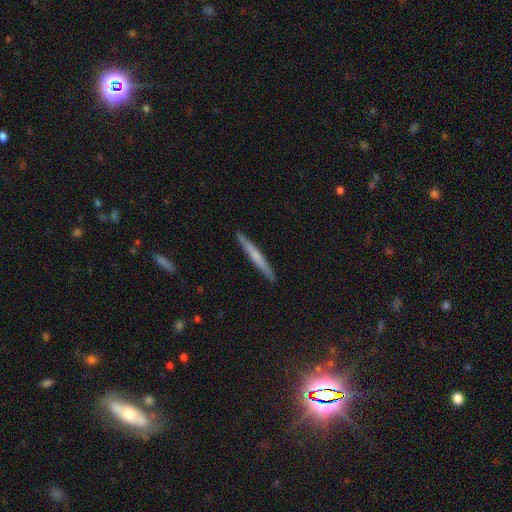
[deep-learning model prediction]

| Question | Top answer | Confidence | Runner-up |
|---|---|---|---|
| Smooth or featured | smooth | 55% | featured or disk (40%) |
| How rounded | cigar-shaped | 97% | in between (2%) |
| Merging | none | 91% | minor disturbance (7%) |